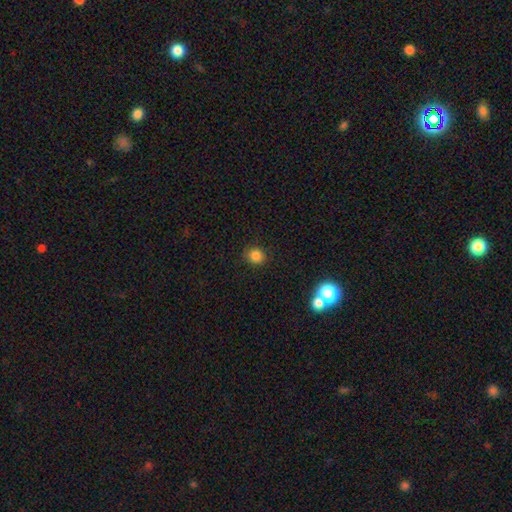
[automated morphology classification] Smooth or featured? Predicted: smooth (p=0.83). How rounded? Predicted: round (p=0.80). Merging? Predicted: none (p=0.87).